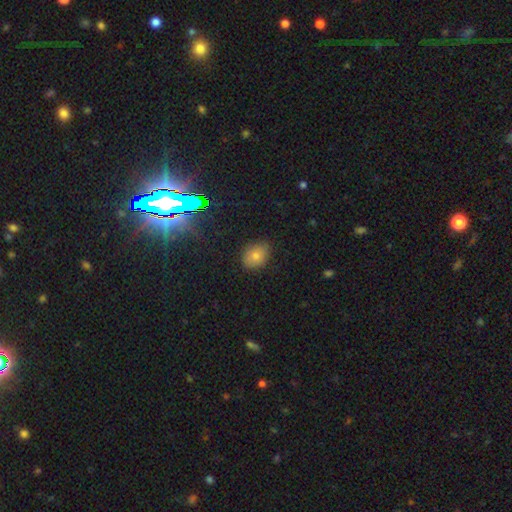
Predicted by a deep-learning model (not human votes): A smooth galaxy with no disk features (70%) that is in between round and cigar-shaped (63%). Merging: none (83%).